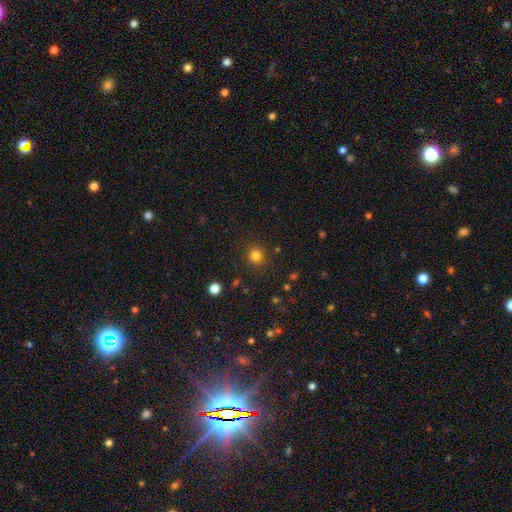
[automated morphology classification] Smooth or featured? Predicted: smooth (p=0.82). How rounded? Predicted: round (p=0.88). Merging? Predicted: none (p=0.89).